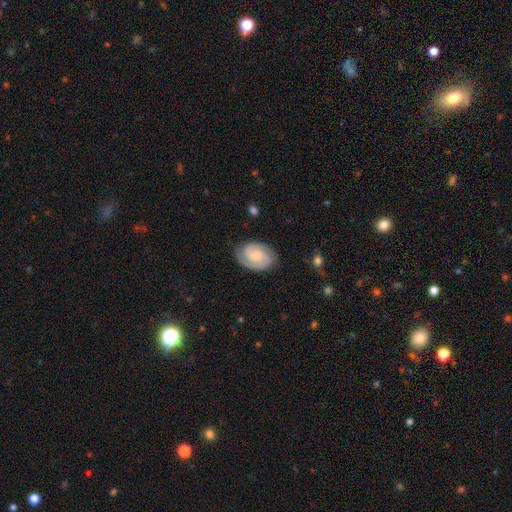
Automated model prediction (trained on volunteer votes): The model was most divided on "spiral winding": tight: 59%, medium: 34%, loose: 7%. More confident: edge-on disk — no (98%); spiral arms — yes (97%); spiral arm count — 2 (83%); merging — none (80%); smooth or featured — featured or disk (78%); bar — no (62%); bulge size — small (56%).